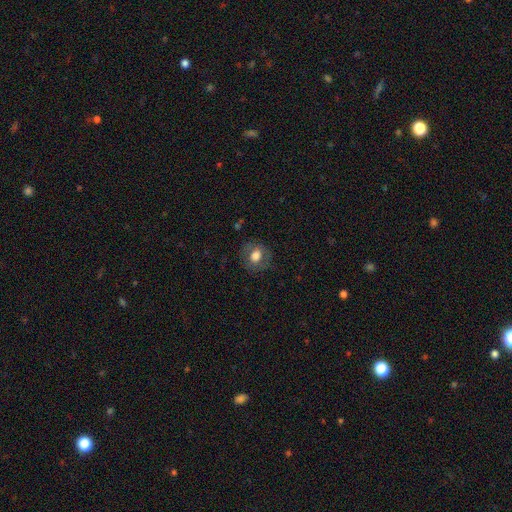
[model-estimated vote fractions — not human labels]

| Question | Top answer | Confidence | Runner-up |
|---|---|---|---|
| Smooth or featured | smooth | 66% | featured or disk (25%) |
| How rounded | round | 73% | in between (26%) |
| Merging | none | 80% | minor disturbance (13%) |